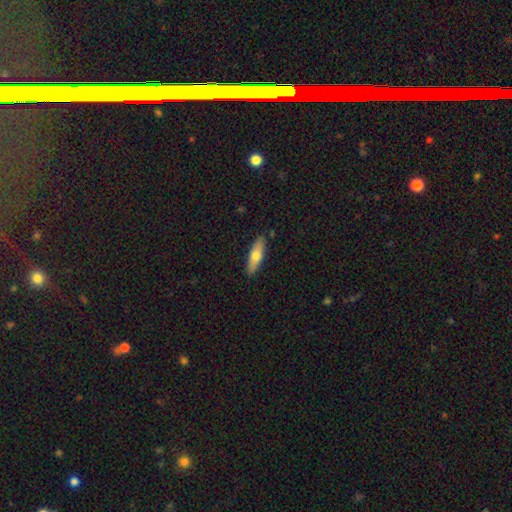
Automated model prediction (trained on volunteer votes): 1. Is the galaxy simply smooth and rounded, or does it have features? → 61% smooth, 34% featured or disk, 6% star or artifact.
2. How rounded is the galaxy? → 58% cigar-shaped, 40% in between, 2% round.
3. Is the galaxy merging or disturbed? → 89% none, 8% minor disturbance, 2% major disturbance, 1% merger.